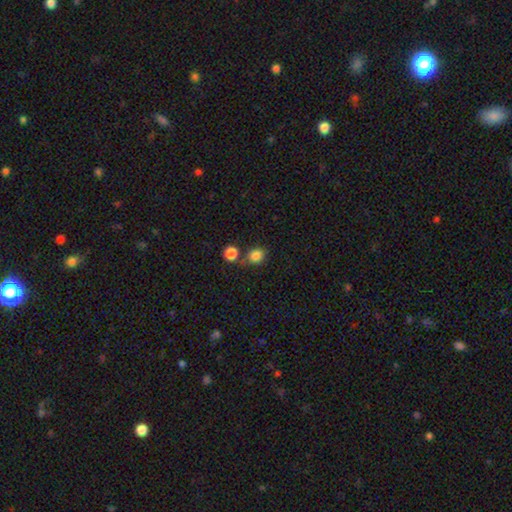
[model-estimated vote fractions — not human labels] A smooth galaxy with no disk features (85%) that is round (75%).

Vote fractions:
- Smooth or featured? smooth: 85% / star or artifact: 11% / featured or disk: 5%
- How rounded? round: 75% / in between: 24% / cigar-shaped: 1%
- Merging? none: 64% / merger: 22% / minor disturbance: 10% / major disturbance: 3%